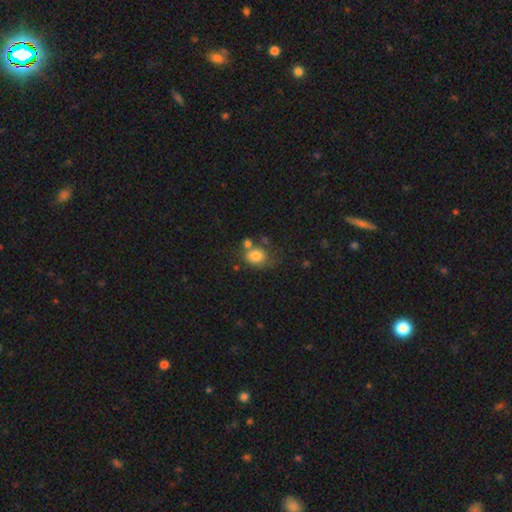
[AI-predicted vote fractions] Smooth or featured: smooth — 79% (featured or disk — 11%)
How rounded: round — 51% (in between — 48%)
Merging: none — 46% (merger — 22%)